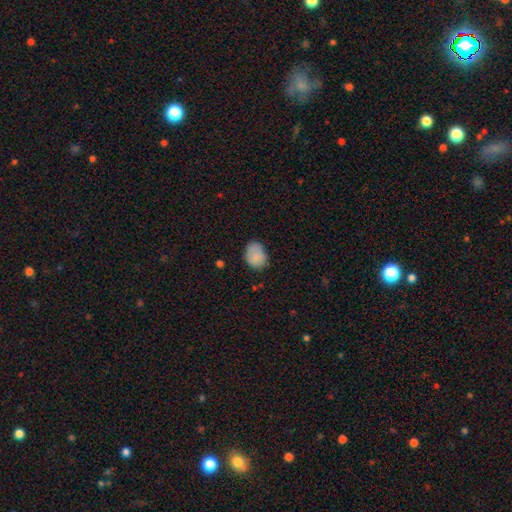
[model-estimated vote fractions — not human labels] Q: Smooth or featured?
A: smooth (85%); runner-up: star or artifact (8%)
Q: How rounded?
A: in between (66%); runner-up: round (33%)
Q: Merging?
A: none (67%); runner-up: minor disturbance (26%)